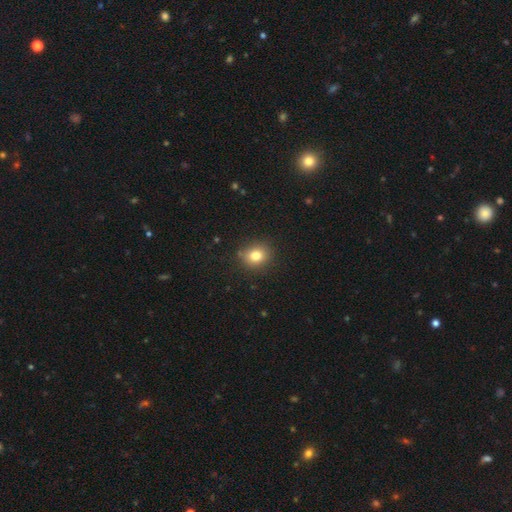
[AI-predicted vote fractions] This appears to be a smooth galaxy with no disk features (81%) that is round (71%). Merging: none (85%).